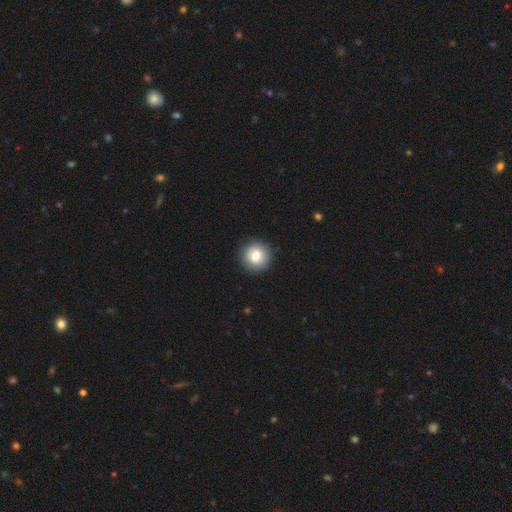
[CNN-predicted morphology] The model was most divided on "smooth or featured": smooth: 81%, featured or disk: 10%, star or artifact: 8%. More confident: how rounded — round (93%); merging — none (89%).